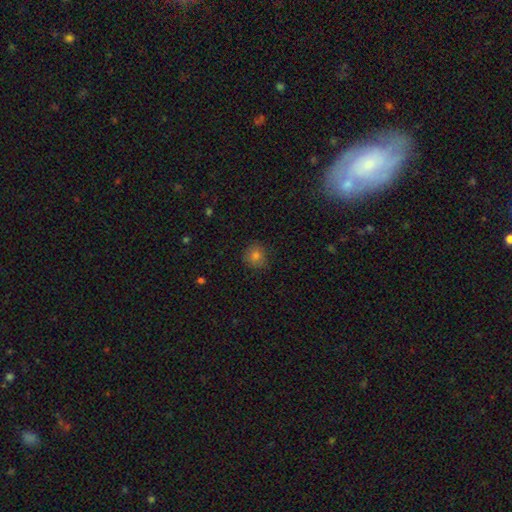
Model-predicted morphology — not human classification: Smooth or featured? Predicted: smooth (p=0.79). How rounded? Predicted: round (p=0.89). Merging? Predicted: none (p=0.84).